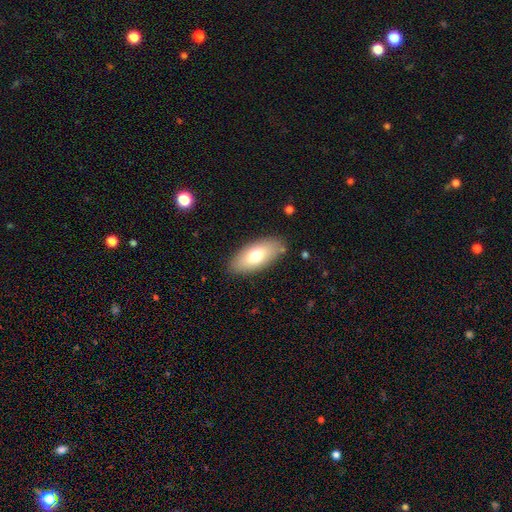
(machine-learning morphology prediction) Smooth or featured? Predicted: smooth (p=0.72). How rounded? Predicted: in between (p=0.88). Merging? Predicted: none (p=0.85).